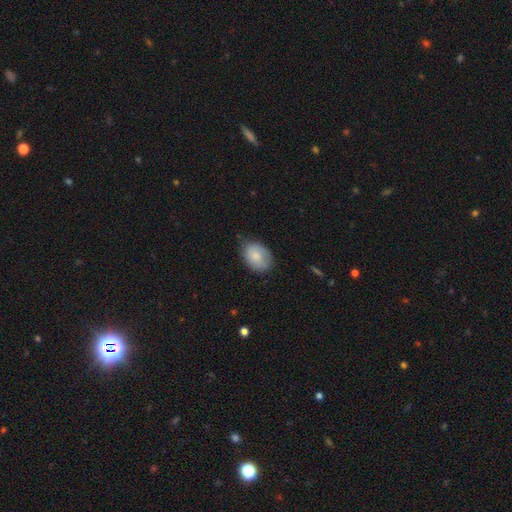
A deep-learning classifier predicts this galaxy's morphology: This is likely a smooth galaxy (79%). How rounded: clearly in between (82%). Merging: likely none (68%).